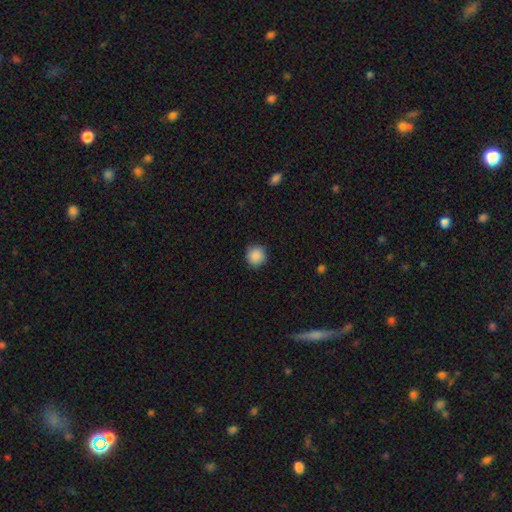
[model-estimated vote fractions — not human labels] This appears to be a smooth galaxy with no disk features (88%) that is round (92%). Merging: none (87%).